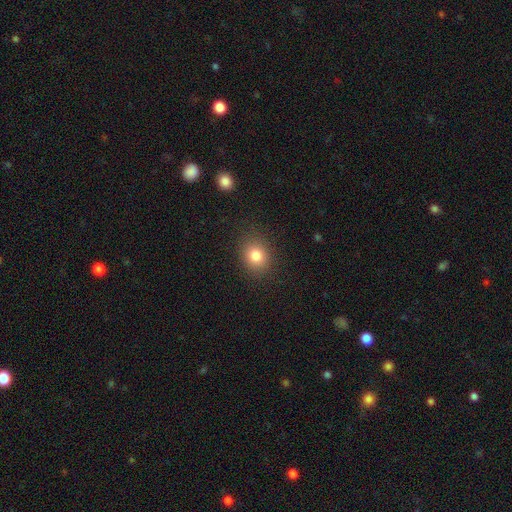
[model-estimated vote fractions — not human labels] Overall: smooth (81%). How rounded: round (62%; in between 37%). Merging: none (87%).